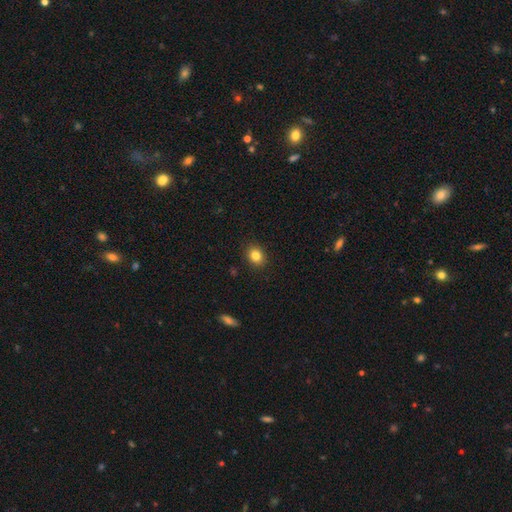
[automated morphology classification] A smooth galaxy with no disk features (83%) that is round (58%).

Vote fractions:
- Smooth or featured? smooth: 83% / star or artifact: 11% / featured or disk: 6%
- How rounded? round: 58% / in between: 41% / cigar-shaped: 1%
- Merging? none: 90% / minor disturbance: 7% / major disturbance: 2% / merger: 1%